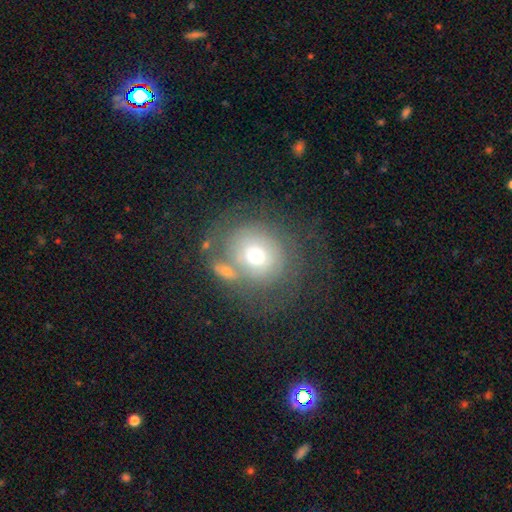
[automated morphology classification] featured or disk 48%, smooth 41%, star or artifact 11%. Down the decision tree: merging — none (54%).